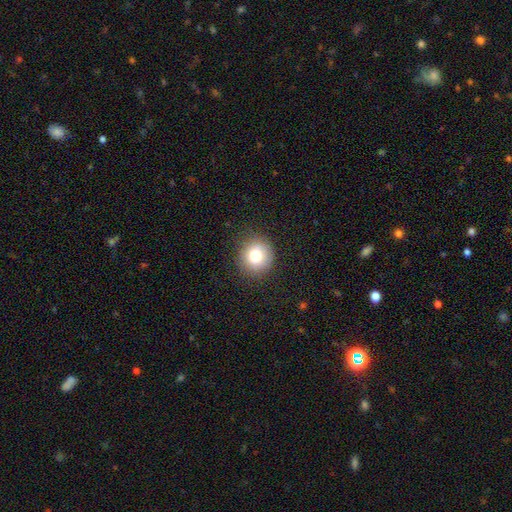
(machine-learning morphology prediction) smooth-or-featured: smooth: 80% | star or artifact: 10% | featured or disk: 10%
  how-rounded: round: 87% | in between: 12% | cigar-shaped: 1%
  merging: none: 86% | minor disturbance: 10% | major disturbance: 3% | merger: 1%